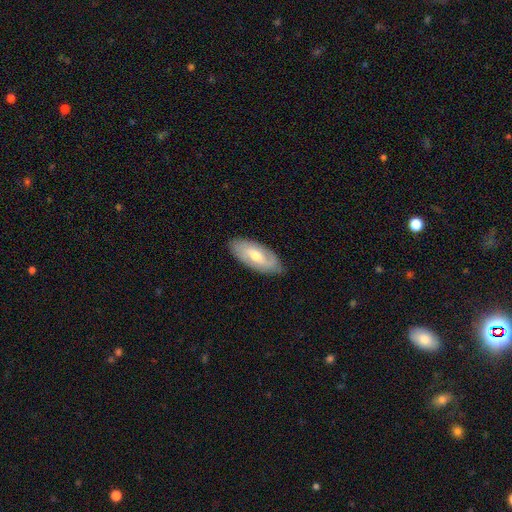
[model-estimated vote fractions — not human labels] Morphology: type=featured or disk (53%); edge-on=no (87%); merging=none (82%).